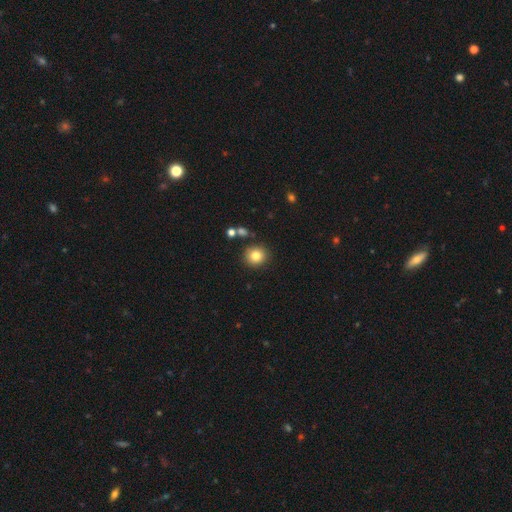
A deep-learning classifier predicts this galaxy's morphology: Overall: smooth (82%). How rounded: round (87%). Merging: none (86%).